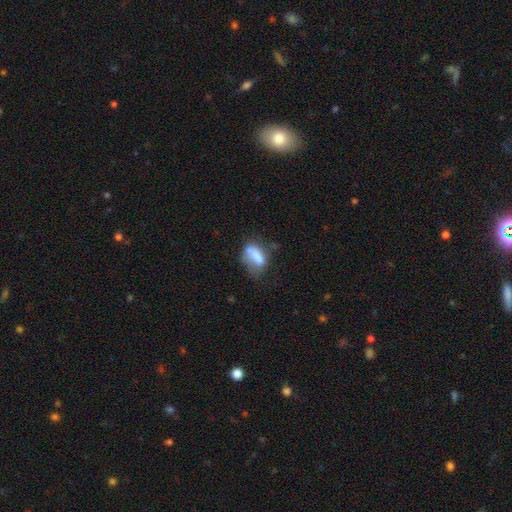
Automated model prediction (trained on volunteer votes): This appears to be a smooth galaxy with no disk features (69%) that is in between round and cigar-shaped (83%). Merging: none (34%).